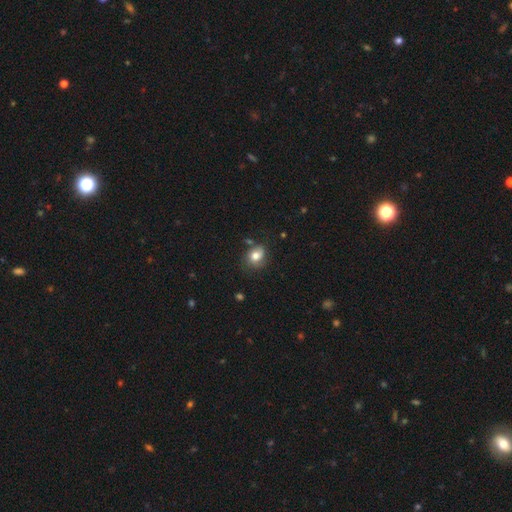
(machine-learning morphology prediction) This appears to be a smooth galaxy with no disk features (76%) that is round (50%, tied with in between). Merging: none (63%).